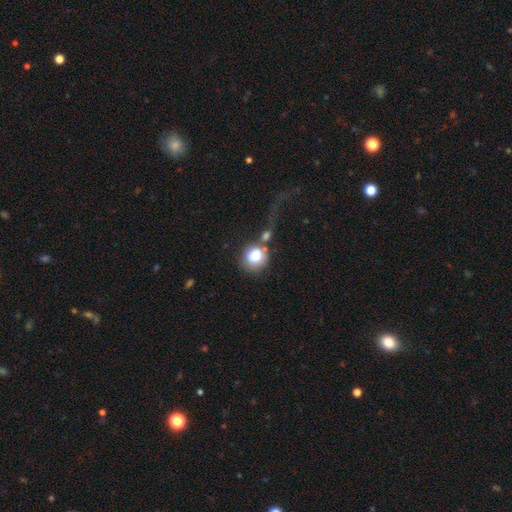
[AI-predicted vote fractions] smooth_or_featured: smooth (p=0.80) [alt: featured or disk p=0.12]
how_rounded: round (p=0.86) [alt: in between p=0.13]
merging: none (p=0.36) [alt: merger p=0.26]